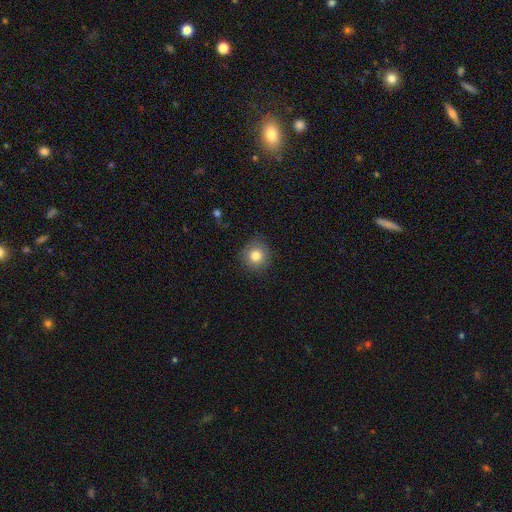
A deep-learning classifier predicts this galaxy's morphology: This is clearly a smooth galaxy (82%). How rounded: clearly round (89%). Merging: clearly none (85%).